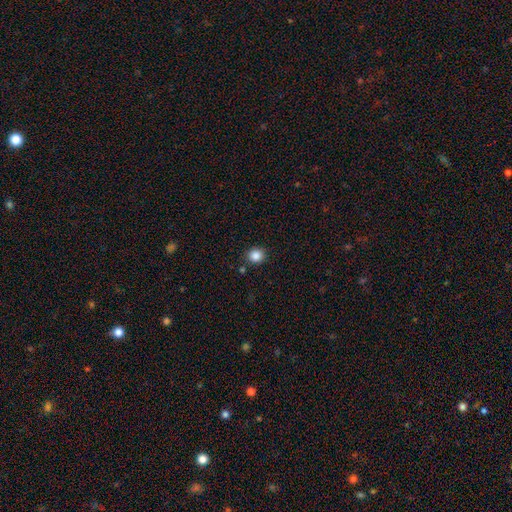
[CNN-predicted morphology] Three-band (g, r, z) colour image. It shows a smooth galaxy with no disk features (86%) that is round (82%). Merging: none (85%).